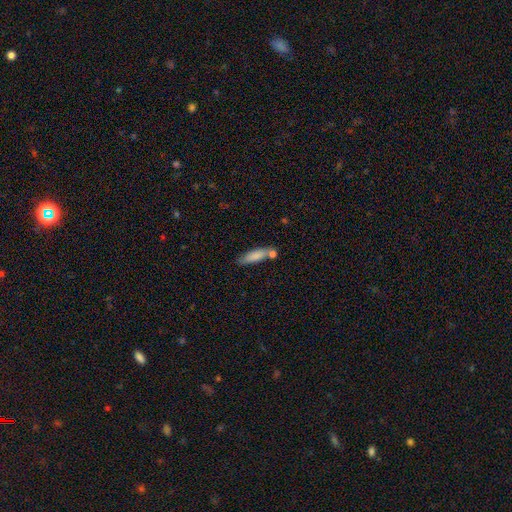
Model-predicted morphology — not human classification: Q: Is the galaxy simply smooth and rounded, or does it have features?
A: smooth — 80%.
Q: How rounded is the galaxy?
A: cigar-shaped — 58%.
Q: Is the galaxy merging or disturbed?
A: none — 57%.